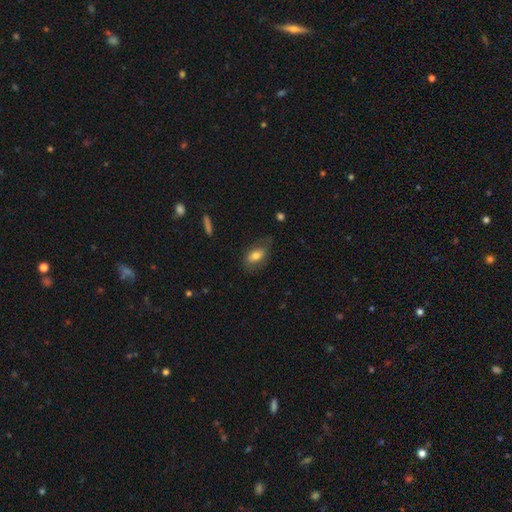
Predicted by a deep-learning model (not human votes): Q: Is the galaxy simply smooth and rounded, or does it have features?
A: smooth — 70%.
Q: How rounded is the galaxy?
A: in between — 88%.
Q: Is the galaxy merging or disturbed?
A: none — 64%.